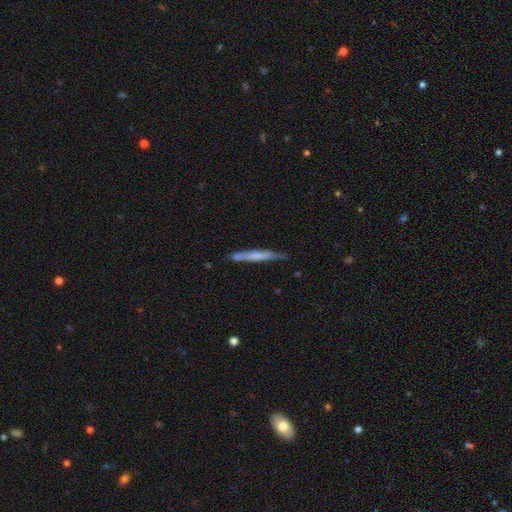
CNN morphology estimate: featured or disk 47% (tied), smooth 47% (tied), star or artifact 6%. Down the decision tree: merging — none (80%).